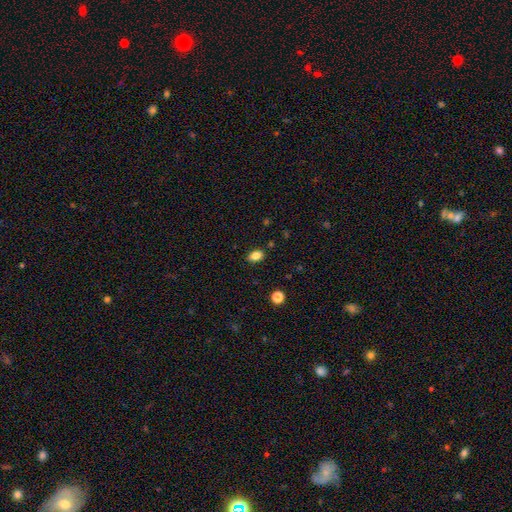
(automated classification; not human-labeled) smooth_or_featured: smooth (p=0.84) [alt: star or artifact p=0.10]
how_rounded: in between (p=0.83) [alt: round p=0.15]
merging: none (p=0.87) [alt: minor disturbance p=0.09]